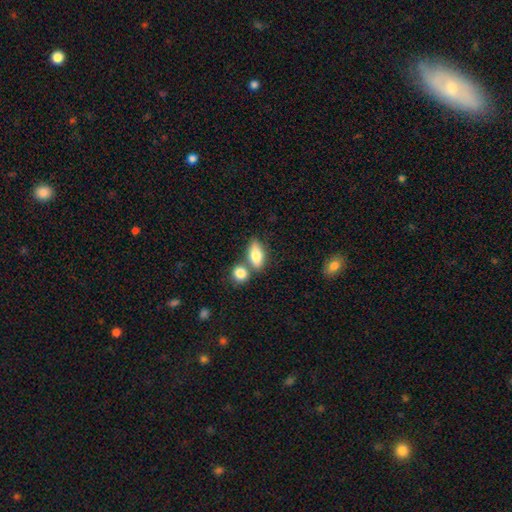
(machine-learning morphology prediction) Smooth or featured? smooth (78%)
How rounded? in between (80%)
Merging? none (51%)